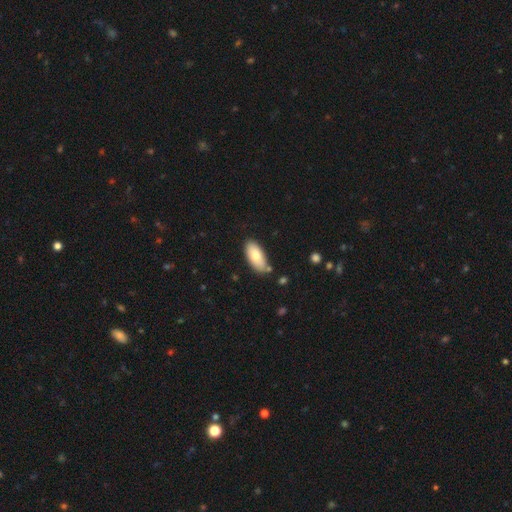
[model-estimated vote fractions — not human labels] smooth 76%, featured or disk 17%, star or artifact 6%. Down the decision tree: how rounded — in between (91%); merging — none (78%).